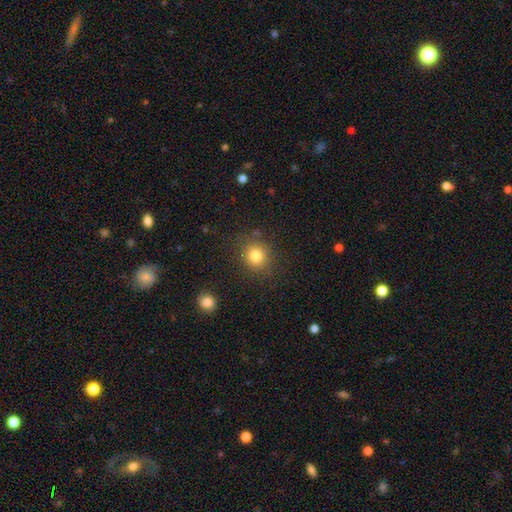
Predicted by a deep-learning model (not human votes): smooth 82%, star or artifact 12%, featured or disk 7%. Down the decision tree: how rounded — round (83%); merging — none (83%).